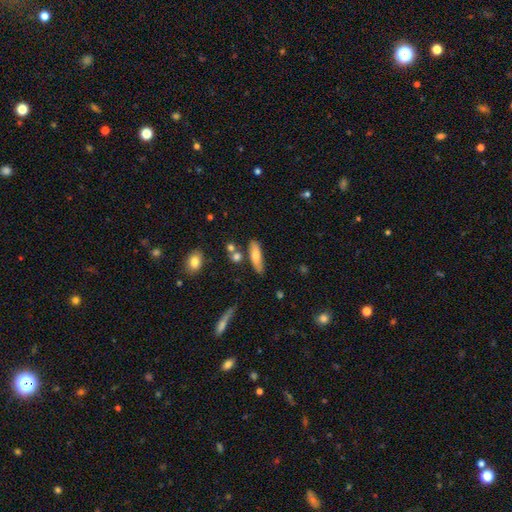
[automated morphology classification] Smooth or featured: smooth — 72% (featured or disk — 21%)
How rounded: cigar-shaped — 56% (in between — 42%)
Merging: none — 68% (minor disturbance — 18%)